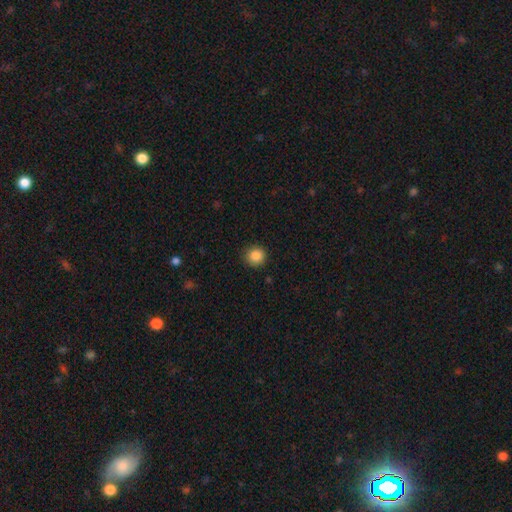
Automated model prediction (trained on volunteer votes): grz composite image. It shows a smooth galaxy with no disk features (87%) that is round (92%). Merging: none (90%).